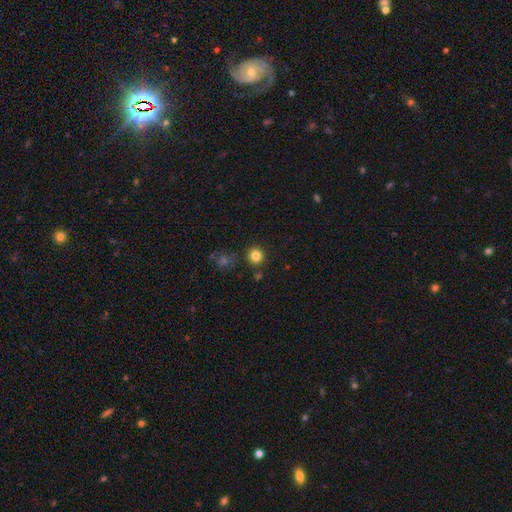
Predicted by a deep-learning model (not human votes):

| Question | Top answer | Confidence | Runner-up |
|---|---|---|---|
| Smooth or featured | smooth | 82% | star or artifact (12%) |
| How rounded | round | 93% | in between (6%) |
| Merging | none | 88% | minor disturbance (6%) |